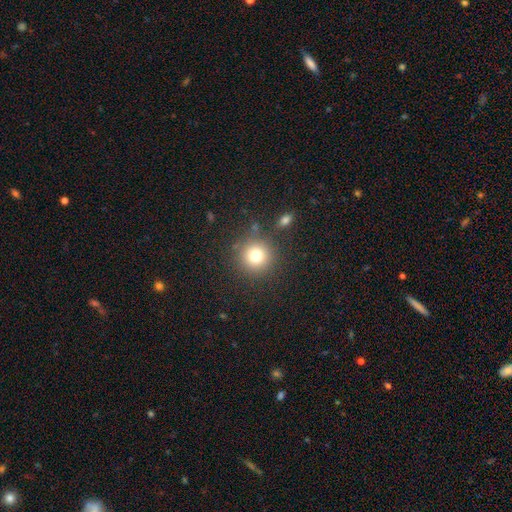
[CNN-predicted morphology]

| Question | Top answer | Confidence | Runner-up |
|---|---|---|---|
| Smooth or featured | smooth | 76% | star or artifact (14%) |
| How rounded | round | 94% | in between (5%) |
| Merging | none | 84% | minor disturbance (8%) |